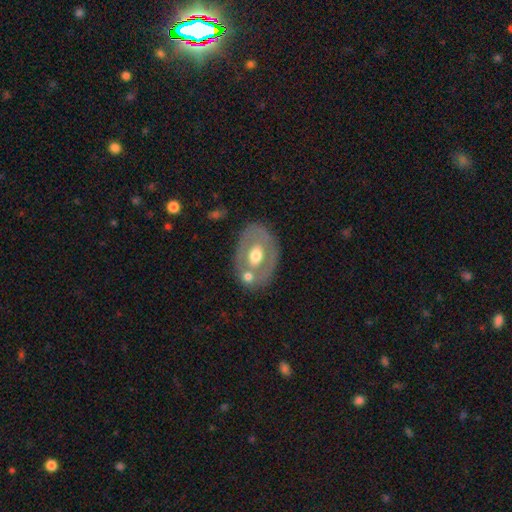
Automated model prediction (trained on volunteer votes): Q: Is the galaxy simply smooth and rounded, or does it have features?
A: featured or disk — 52%.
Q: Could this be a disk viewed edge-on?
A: no — 91%.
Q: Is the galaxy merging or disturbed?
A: none — 65%.